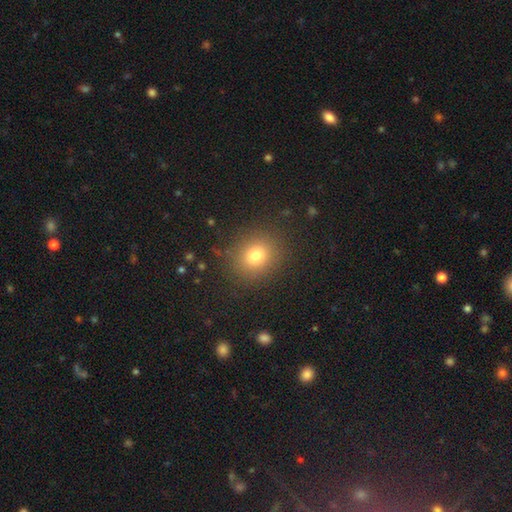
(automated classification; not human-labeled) Smooth or featured? smooth (78%)
How rounded? round (71%)
Merging? none (87%)